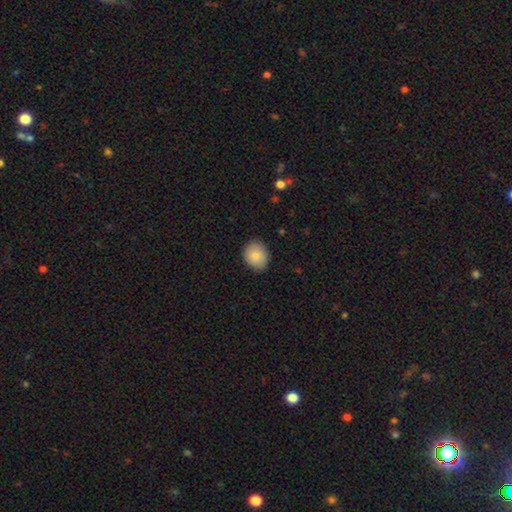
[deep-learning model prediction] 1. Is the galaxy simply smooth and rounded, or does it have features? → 85% smooth, 8% star or artifact, 8% featured or disk.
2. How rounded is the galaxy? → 64% round, 35% in between, 1% cigar-shaped.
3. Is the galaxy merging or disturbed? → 85% none, 12% minor disturbance, 2% major disturbance, 1% merger.